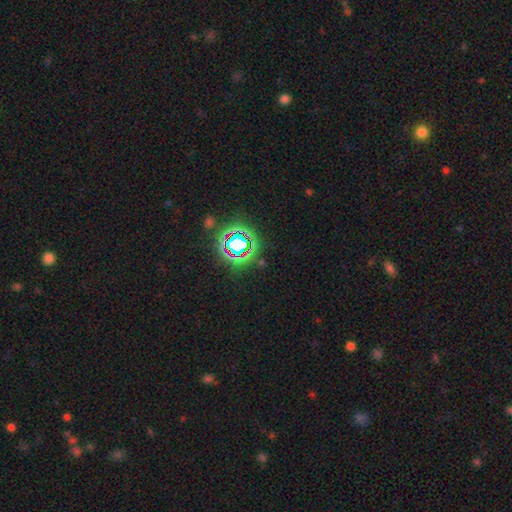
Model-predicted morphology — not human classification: A star or artifact, not a galaxy (81%).

Vote fractions:
- Smooth or featured? star or artifact: 81% / smooth: 12% / featured or disk: 7%